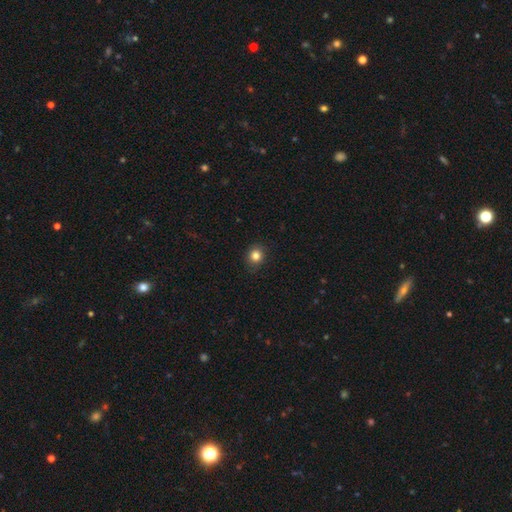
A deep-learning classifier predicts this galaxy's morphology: Smooth or featured? Predicted: smooth (p=0.83). How rounded? Predicted: round (p=0.82). Merging? Predicted: none (p=0.88).